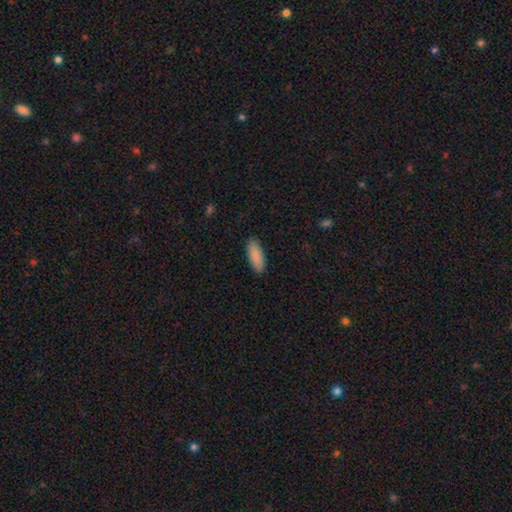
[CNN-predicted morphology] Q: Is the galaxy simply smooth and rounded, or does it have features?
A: smooth — 90%.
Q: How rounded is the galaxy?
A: in between — 76%.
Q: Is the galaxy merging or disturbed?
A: none — 88%.